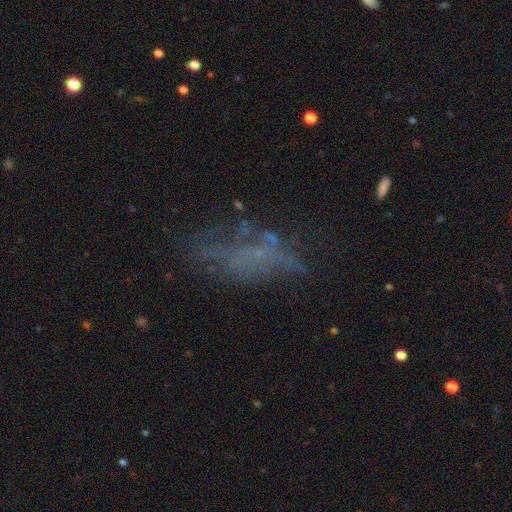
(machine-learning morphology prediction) A featured or disk galaxy (48%).

Vote fractions:
- Smooth or featured? featured or disk: 48% / smooth: 28% / star or artifact: 24%
- Merging? none: 44% / major disturbance: 30% / minor disturbance: 19% / merger: 6%